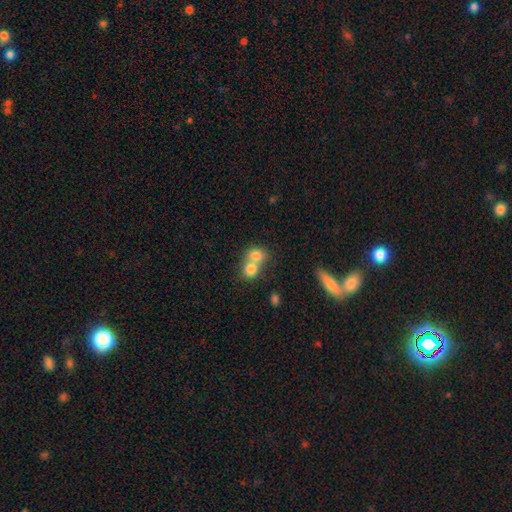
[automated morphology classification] The model was most divided on "how rounded": round: 66%, in between: 33%, cigar-shaped: 1%. More confident: smooth or featured — smooth (77%); merging — merger (66%).